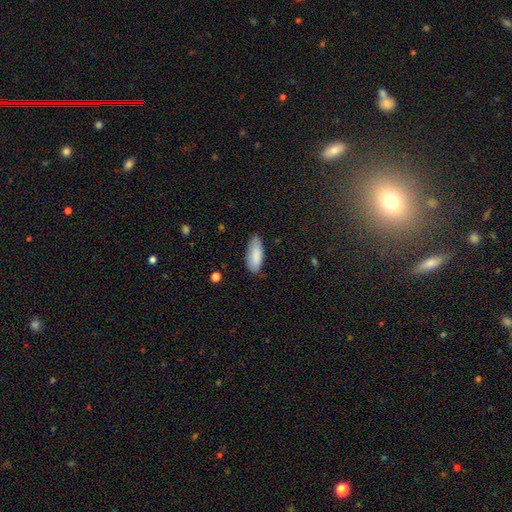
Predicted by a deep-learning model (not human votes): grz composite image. It shows a smooth galaxy with no disk features (86%) that is in between round and cigar-shaped (80%). Merging: none (76%).